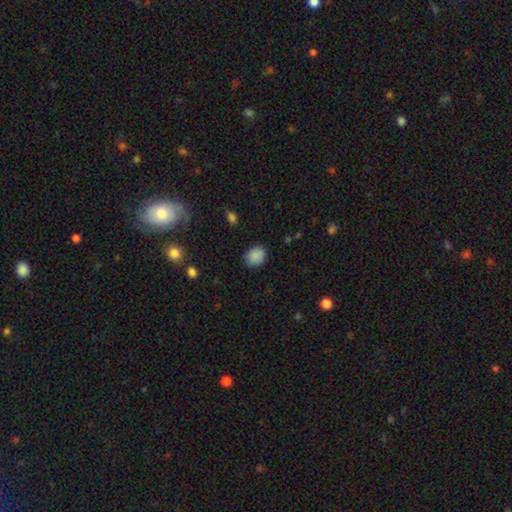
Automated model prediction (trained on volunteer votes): smooth 88%, star or artifact 9%, featured or disk 4%. Down the decision tree: how rounded — round (60%); merging — none (83%).